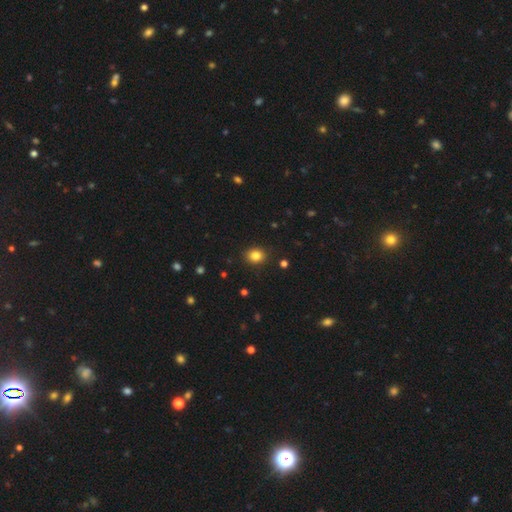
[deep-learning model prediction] A smooth galaxy with no disk features (83%) that is round (61%).

Vote fractions:
- Smooth or featured? smooth: 83% / star or artifact: 11% / featured or disk: 6%
- How rounded? round: 61% / in between: 38% / cigar-shaped: 1%
- Merging? none: 89% / minor disturbance: 8% / major disturbance: 2% / merger: 1%